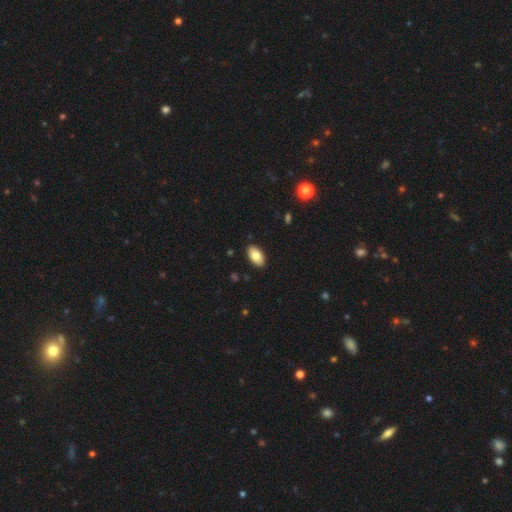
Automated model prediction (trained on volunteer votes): Morphology: type=smooth (80%); roundness=in between (95%); merging=none (89%).